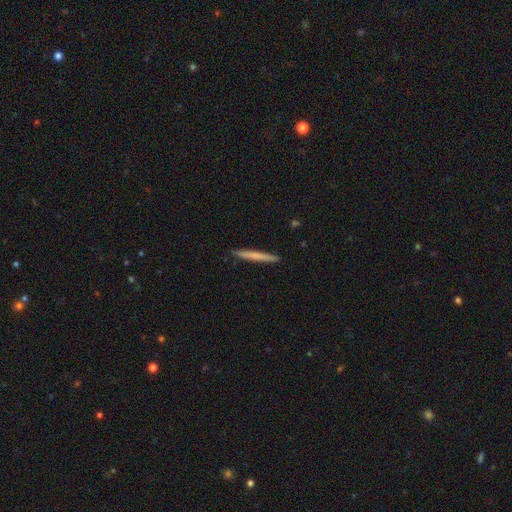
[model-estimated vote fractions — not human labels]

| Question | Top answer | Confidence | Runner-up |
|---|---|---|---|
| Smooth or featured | smooth | 65% | featured or disk (30%) |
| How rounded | cigar-shaped | 97% | in between (2%) |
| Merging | none | 92% | minor disturbance (6%) |